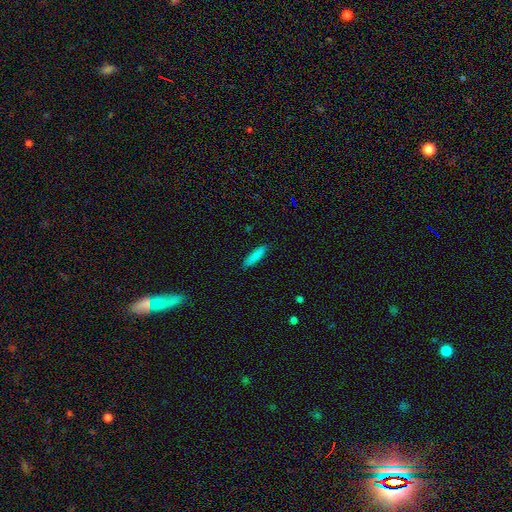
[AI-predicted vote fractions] Q: Smooth or featured?
A: smooth (85%); runner-up: featured or disk (8%)
Q: How rounded?
A: cigar-shaped (73%); runner-up: in between (25%)
Q: Merging?
A: none (88%); runner-up: minor disturbance (9%)